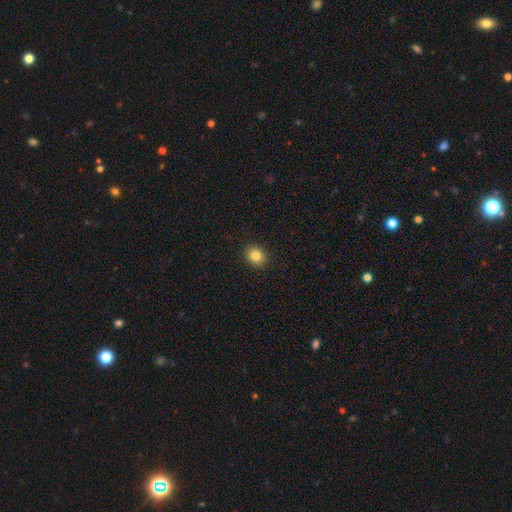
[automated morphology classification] Overall: smooth (84%). How rounded: round (69%; in between 30%). Merging: none (91%).